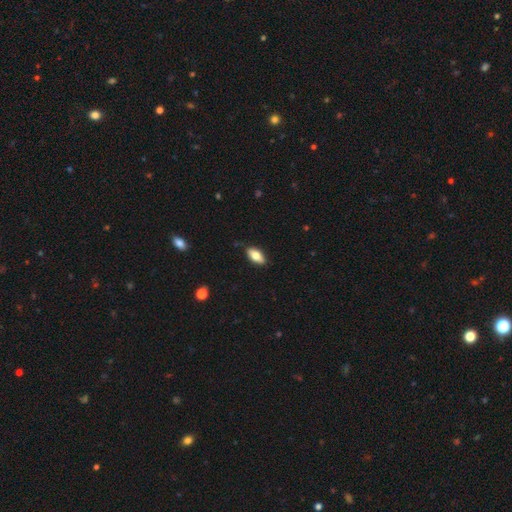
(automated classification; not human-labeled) A smooth galaxy with no disk features (72%) that is in between round and cigar-shaped (87%). Merging: none (84%).